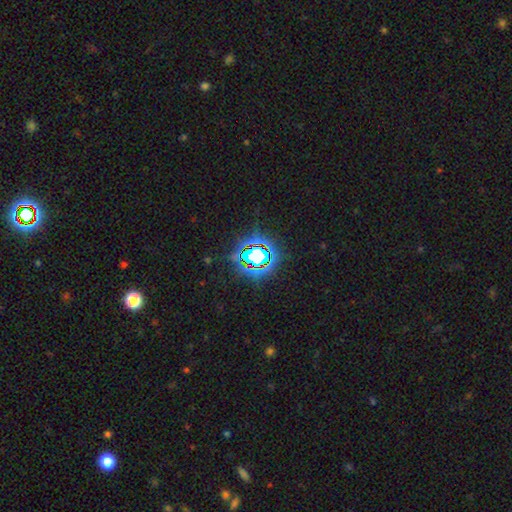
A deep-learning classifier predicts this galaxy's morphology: star or artifact 74%, smooth 14%, featured or disk 11%.